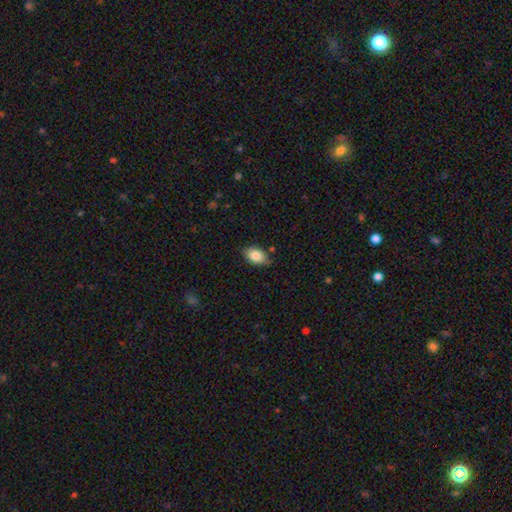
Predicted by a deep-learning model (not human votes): smooth 84%, featured or disk 9%, star or artifact 7%. Down the decision tree: how rounded — in between (87%); merging — none (79%).